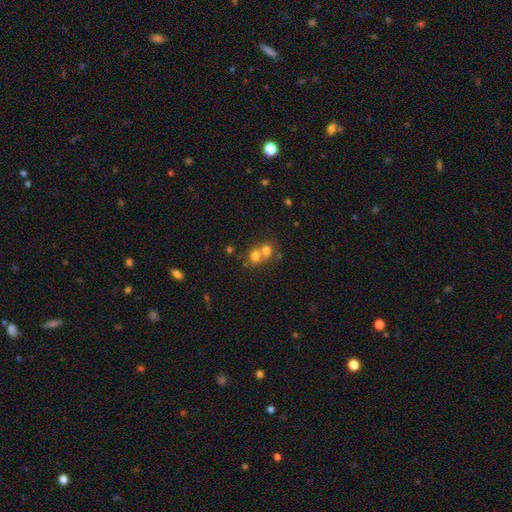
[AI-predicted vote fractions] This appears to be a smooth galaxy with no disk features (71%) that is round (76%). Merging: merger (64%).